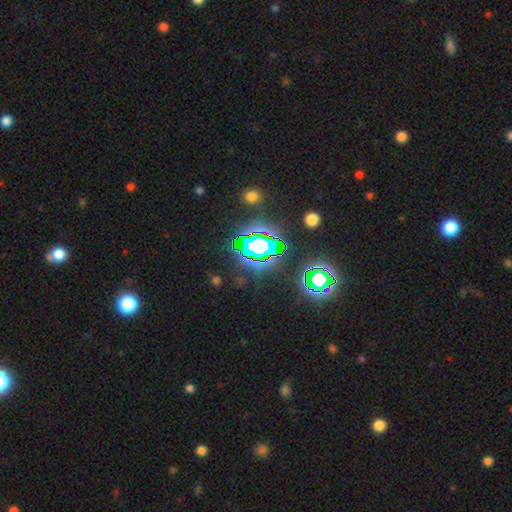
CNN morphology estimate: type=star or artifact (82%).